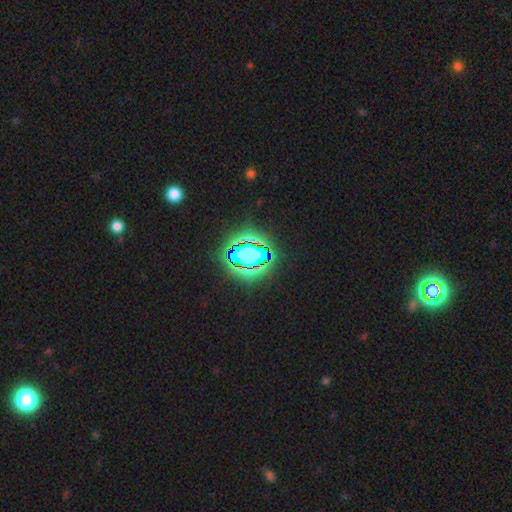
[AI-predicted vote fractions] Smooth or featured? star or artifact (66%)